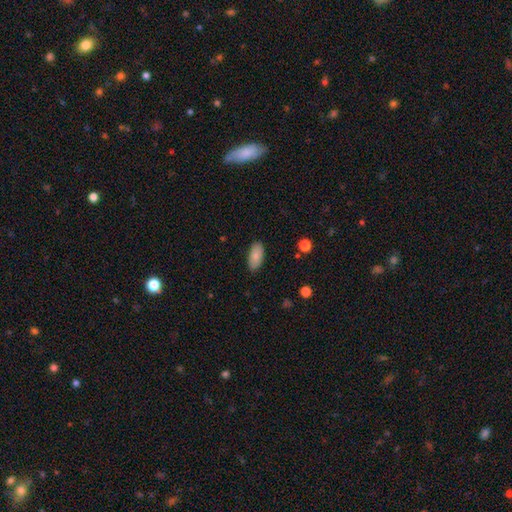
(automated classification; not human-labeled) Smooth or featured: smooth — 85% (featured or disk — 9%)
How rounded: in between — 92% (cigar-shaped — 6%)
Merging: none — 85% (minor disturbance — 11%)